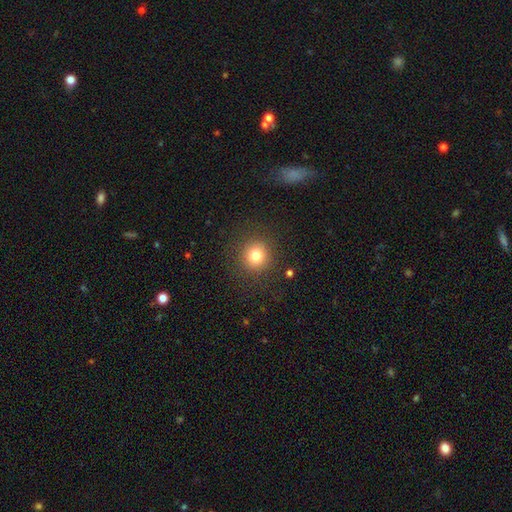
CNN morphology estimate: Overall: smooth (79%). How rounded: round (92%). Merging: none (88%).